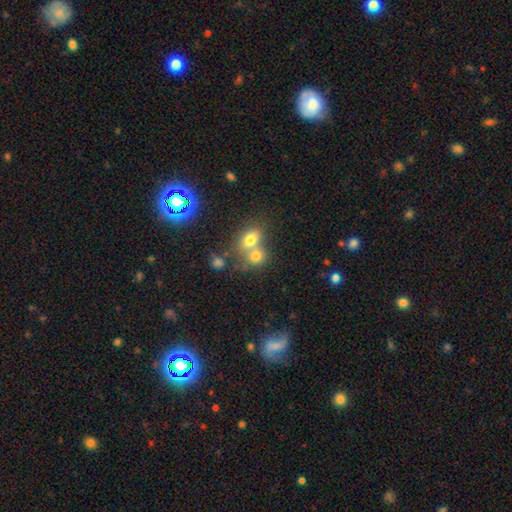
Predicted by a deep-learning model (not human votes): This is likely a smooth galaxy (71%). How rounded: possibly round (53%). Merging: likely merger (61%).